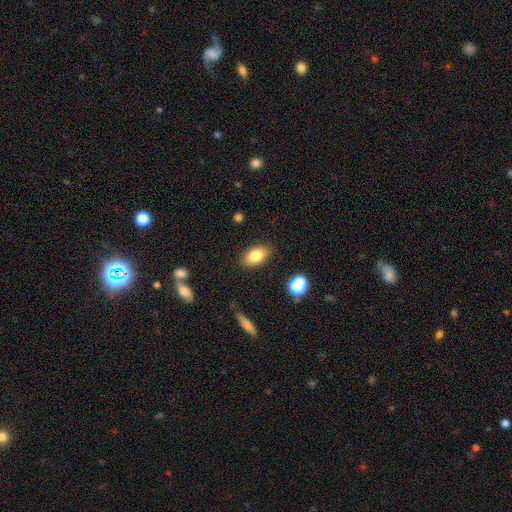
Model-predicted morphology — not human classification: Smooth or featured? smooth (79%)
How rounded? in between (90%)
Merging? none (86%)